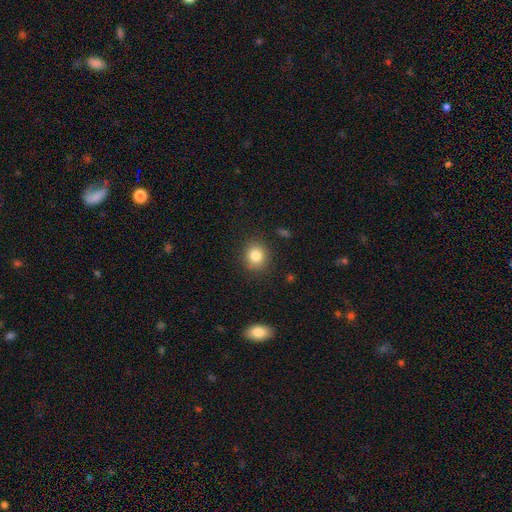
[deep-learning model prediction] smooth-or-featured: smooth: 82% | star or artifact: 11% | featured or disk: 7%
  how-rounded: round: 81% | in between: 18% | cigar-shaped: 1%
  merging: none: 87% | minor disturbance: 9% | major disturbance: 3% | merger: 1%